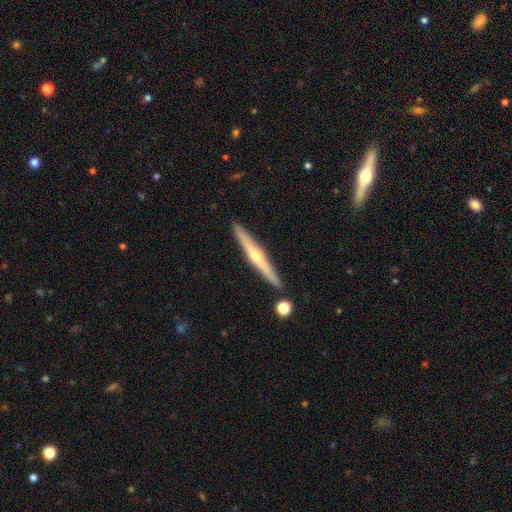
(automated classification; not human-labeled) Smooth or featured?
  - featured or disk: 73% *
  - smooth: 21%
  - star or artifact: 6%
Edge-on disk?
  - yes: 97% *
  - no: 3%
Edge-on bulge?
  - rounded: 88% *
  - none: 9%
  - boxy: 2%
Merging?
  - none: 90% *
  - minor disturbance: 6%
  - merger: 2%
  - major disturbance: 1%